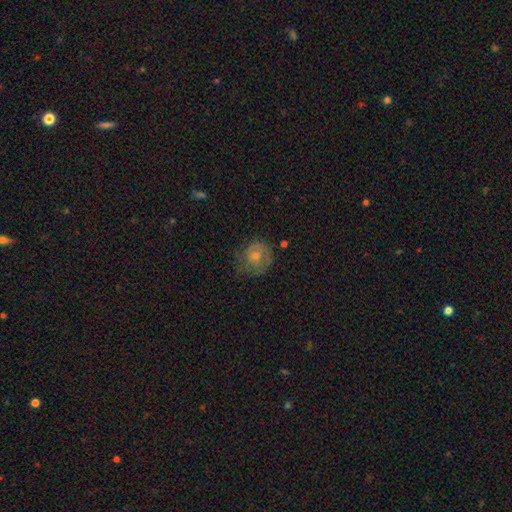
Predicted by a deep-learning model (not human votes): Overall: smooth (61%; featured or disk 31%). How rounded: round (81%). Merging: none (53%; minor disturbance 28%).